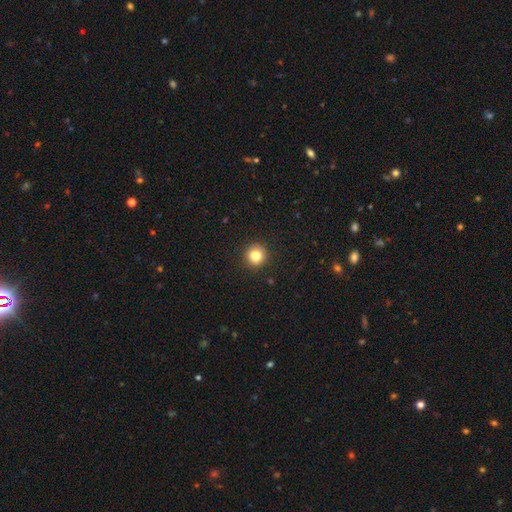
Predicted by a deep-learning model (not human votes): Smooth or featured? Predicted: smooth (p=0.82). How rounded? Predicted: round (p=0.94). Merging? Predicted: none (p=0.92).